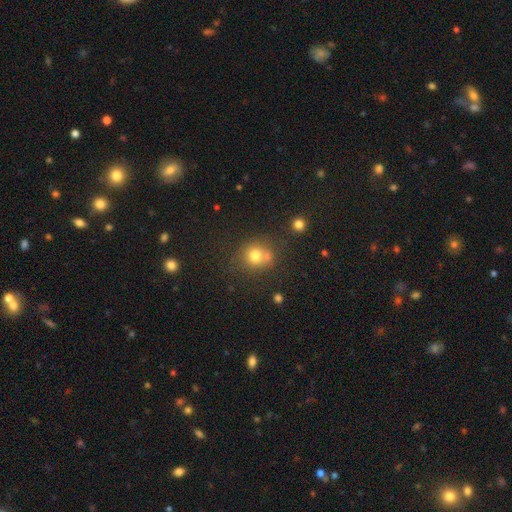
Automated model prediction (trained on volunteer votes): This is likely a smooth galaxy (74%). How rounded: clearly round (81%). Merging: possibly none (53%).